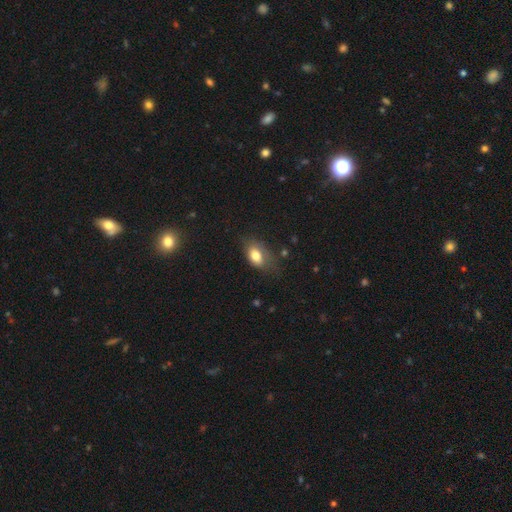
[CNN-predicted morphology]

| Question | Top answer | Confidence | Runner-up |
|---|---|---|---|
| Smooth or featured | smooth | 78% | featured or disk (14%) |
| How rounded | in between | 88% | round (9%) |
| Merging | none | 57% | minor disturbance (28%) |